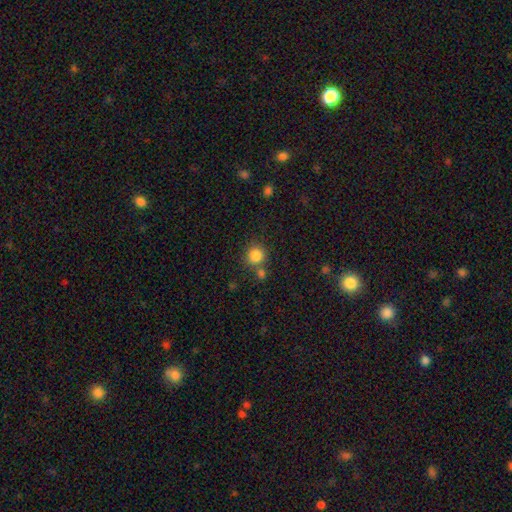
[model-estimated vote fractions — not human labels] smooth-or-featured: smooth: 85% | star or artifact: 11% | featured or disk: 5%
  how-rounded: round: 90% | in between: 9% | cigar-shaped: 1%
  merging: none: 70% | merger: 18% | minor disturbance: 9% | major disturbance: 3%